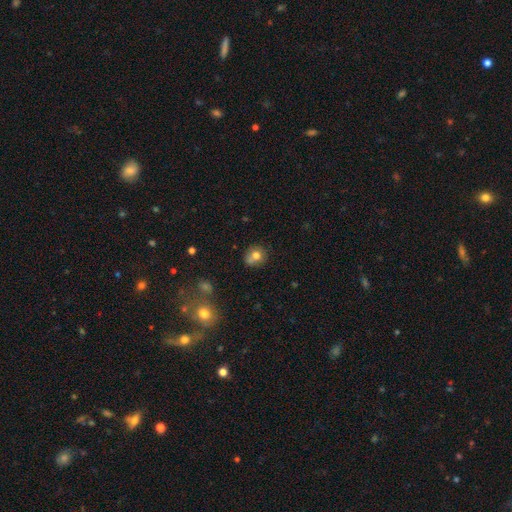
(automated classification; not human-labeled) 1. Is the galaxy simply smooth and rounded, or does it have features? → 76% smooth, 13% featured or disk, 11% star or artifact.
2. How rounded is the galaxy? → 76% round, 24% in between, 1% cigar-shaped.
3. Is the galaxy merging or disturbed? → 55% none, 20% merger, 19% minor disturbance, 6% major disturbance.